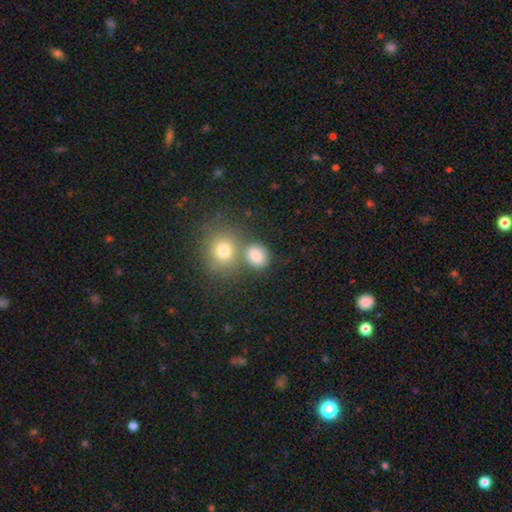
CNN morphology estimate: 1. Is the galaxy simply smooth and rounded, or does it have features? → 80% smooth, 12% star or artifact, 8% featured or disk.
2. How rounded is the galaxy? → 66% round, 32% in between, 1% cigar-shaped.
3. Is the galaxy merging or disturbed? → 60% none, 25% merger, 11% minor disturbance, 4% major disturbance.